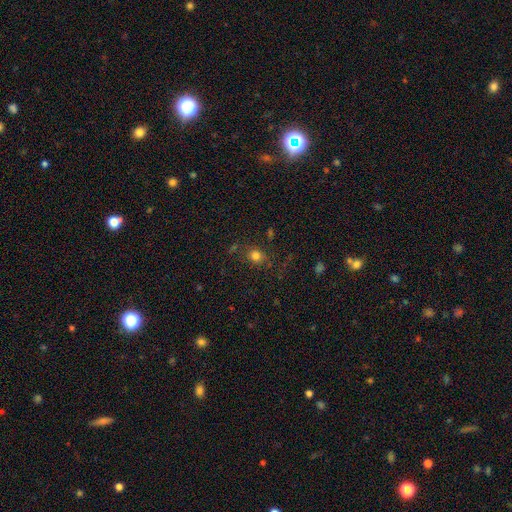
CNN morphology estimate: Smooth or featured? Predicted: smooth (p=0.76). How rounded? Predicted: round (p=0.69). Merging? Predicted: none (p=0.75).